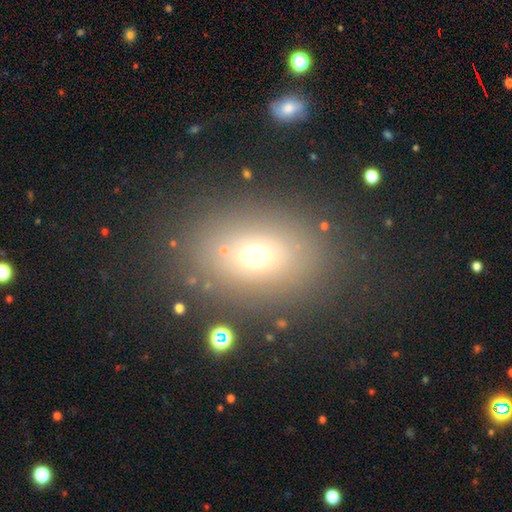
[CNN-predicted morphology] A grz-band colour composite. It shows a smooth galaxy with no disk features (65%) that is in between round and cigar-shaped (58%). Merging: none (80%).